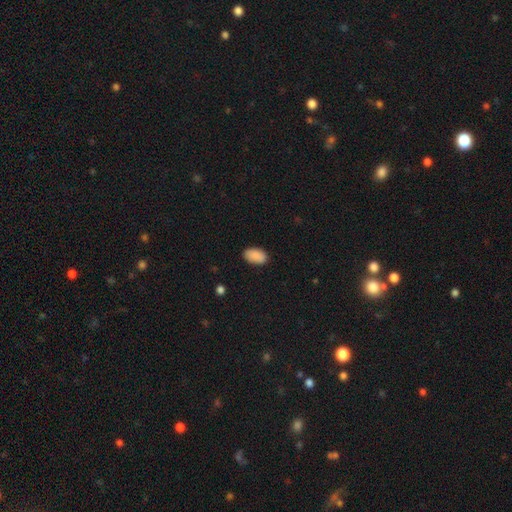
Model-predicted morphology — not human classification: The model was most divided on "merging": none: 88%, minor disturbance: 9%, major disturbance: 2%, merger: 1%. More confident: how rounded — in between (94%); smooth or featured — smooth (90%).